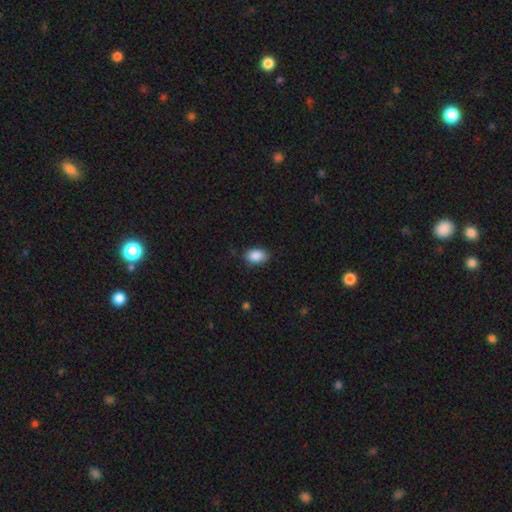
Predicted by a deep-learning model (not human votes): Q: Smooth or featured?
A: smooth (88%); runner-up: star or artifact (8%)
Q: How rounded?
A: in between (84%); runner-up: round (15%)
Q: Merging?
A: none (82%); runner-up: minor disturbance (14%)